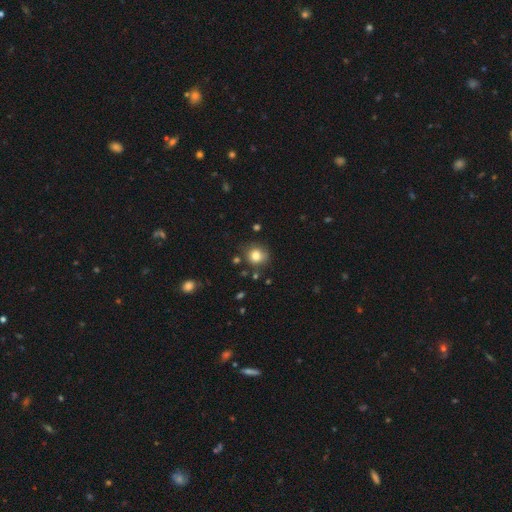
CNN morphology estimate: type=smooth (80%); roundness=round (85%); merging=none (75%).